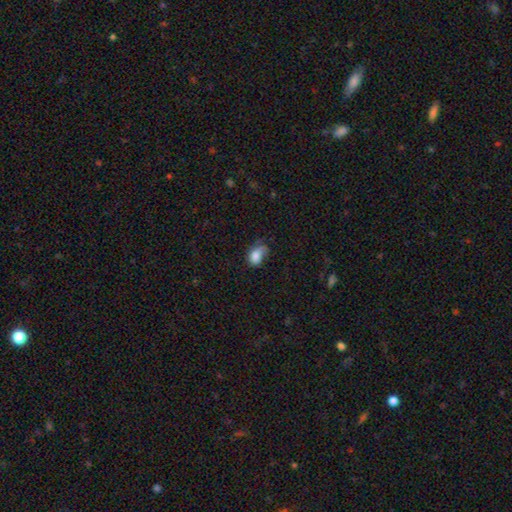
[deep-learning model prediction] smooth-or-featured: smooth: 76% | featured or disk: 15% | star or artifact: 9%
  how-rounded: in between: 82% | round: 16% | cigar-shaped: 2%
  merging: minor disturbance: 34% | major disturbance: 32% | none: 30% | merger: 4%